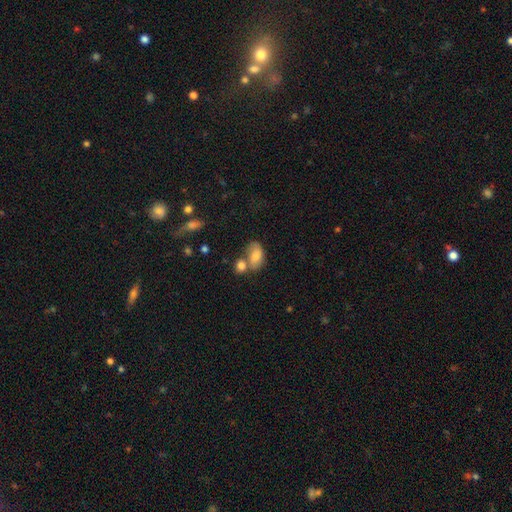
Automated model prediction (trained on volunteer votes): Overall: smooth (77%). How rounded: in between (88%). Merging: merger (40%; none 36%).